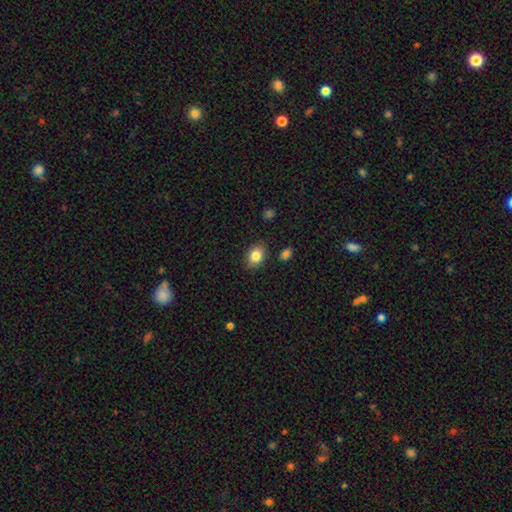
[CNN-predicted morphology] A smooth galaxy with no disk features (84%) that is in between round and cigar-shaped (69%).

Vote fractions:
- Smooth or featured? smooth: 84% / star or artifact: 8% / featured or disk: 8%
- How rounded? in between: 69% / round: 30% / cigar-shaped: 1%
- Merging? none: 84% / minor disturbance: 11% / merger: 3% / major disturbance: 2%